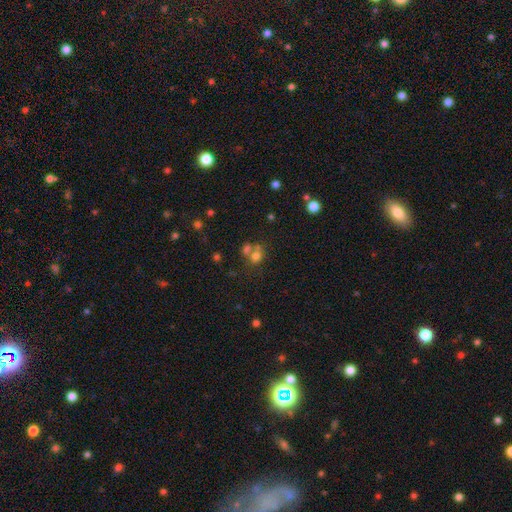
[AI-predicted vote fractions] Smooth or featured: smooth — 65% (star or artifact — 19%)
How rounded: round — 68% (in between — 31%)
Merging: merger — 46% (none — 39%)